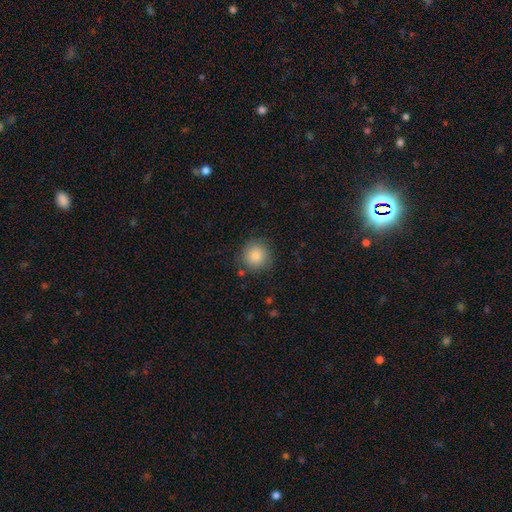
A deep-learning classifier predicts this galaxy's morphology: This is clearly a smooth galaxy (84%). How rounded: clearly round (93%). Merging: clearly none (83%).